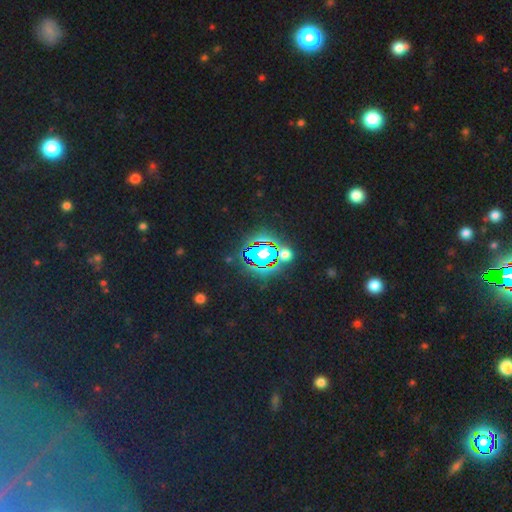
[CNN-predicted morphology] Smooth or featured? star or artifact (81%)